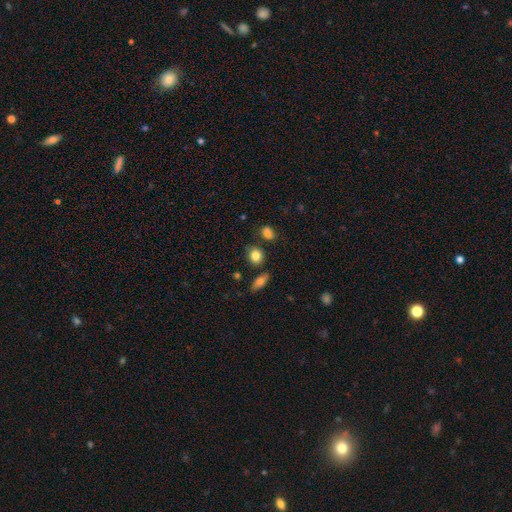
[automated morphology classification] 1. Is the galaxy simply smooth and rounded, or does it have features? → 84% smooth, 10% star or artifact, 6% featured or disk.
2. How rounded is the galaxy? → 69% round, 29% in between, 2% cigar-shaped.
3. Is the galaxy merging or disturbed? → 77% none, 13% minor disturbance, 7% merger, 3% major disturbance.